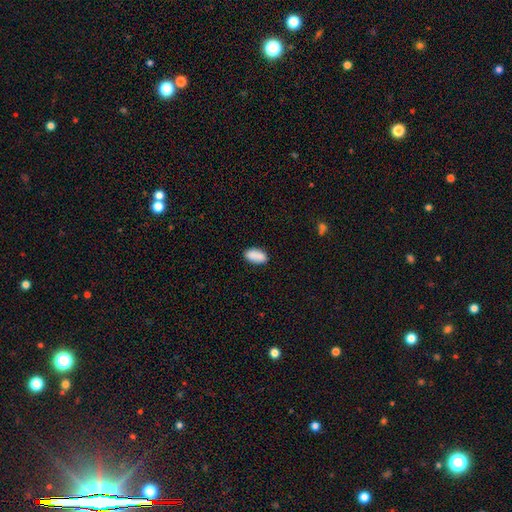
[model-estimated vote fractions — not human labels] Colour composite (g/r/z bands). It shows a smooth galaxy with no disk features (86%) that is in between round and cigar-shaped (92%). Merging: none (75%).